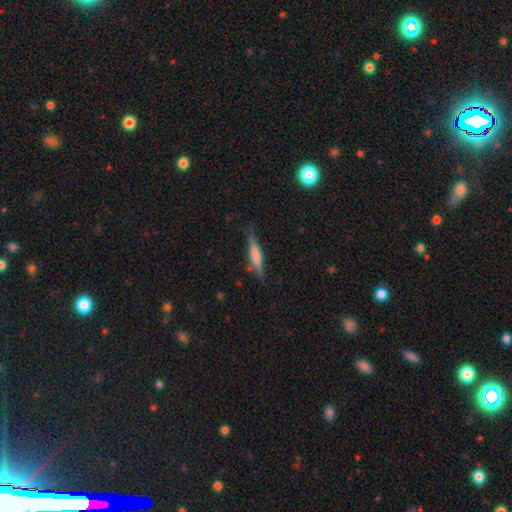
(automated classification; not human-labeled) Smooth or featured? smooth (60%)
How rounded? cigar-shaped (88%)
Merging? none (80%)